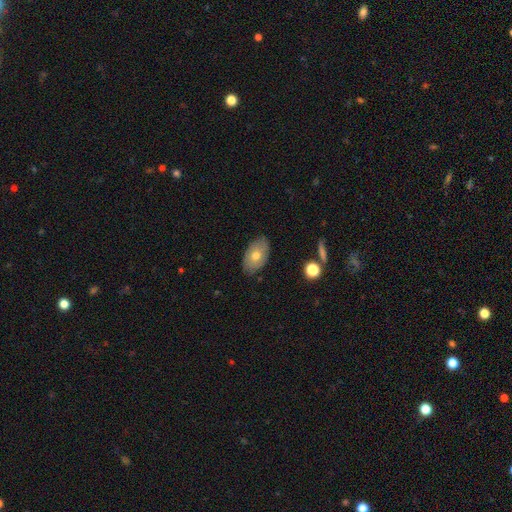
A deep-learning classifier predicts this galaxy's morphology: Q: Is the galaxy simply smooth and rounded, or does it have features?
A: smooth — 65%.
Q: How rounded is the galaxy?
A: in between — 90%.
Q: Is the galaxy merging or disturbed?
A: none — 82%.